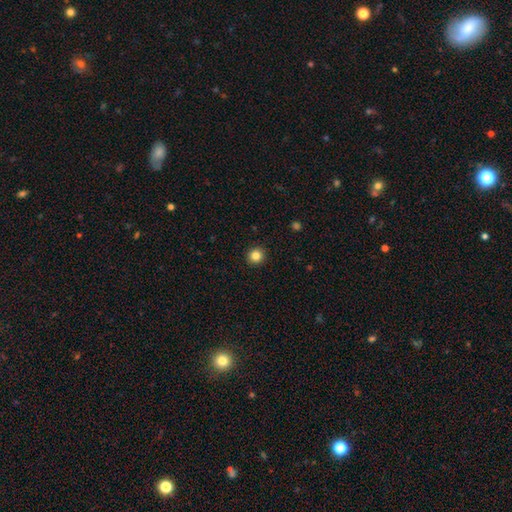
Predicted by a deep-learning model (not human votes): smooth 84%, star or artifact 11%, featured or disk 4%. Down the decision tree: how rounded — round (95%); merging — none (93%).